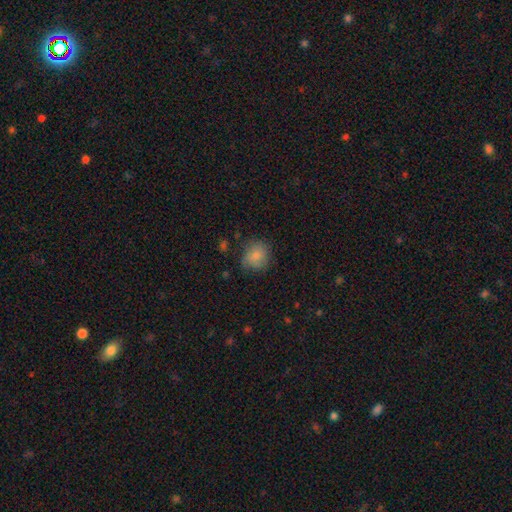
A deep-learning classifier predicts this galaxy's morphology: This is clearly a smooth galaxy (81%). How rounded: likely round (79%). Merging: likely none (68%).